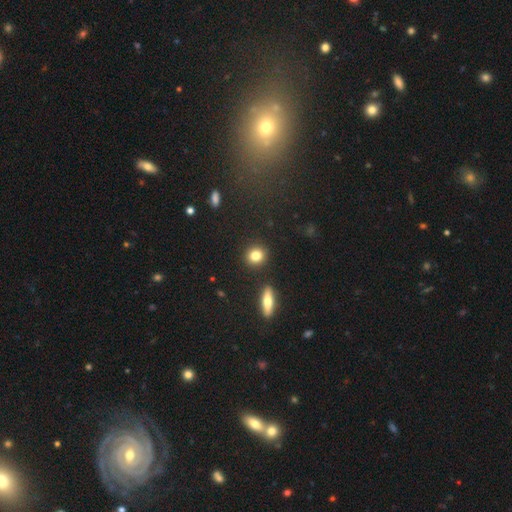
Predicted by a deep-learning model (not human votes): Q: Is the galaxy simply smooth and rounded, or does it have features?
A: smooth — 83%.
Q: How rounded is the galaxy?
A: round — 80%.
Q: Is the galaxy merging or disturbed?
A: none — 88%.